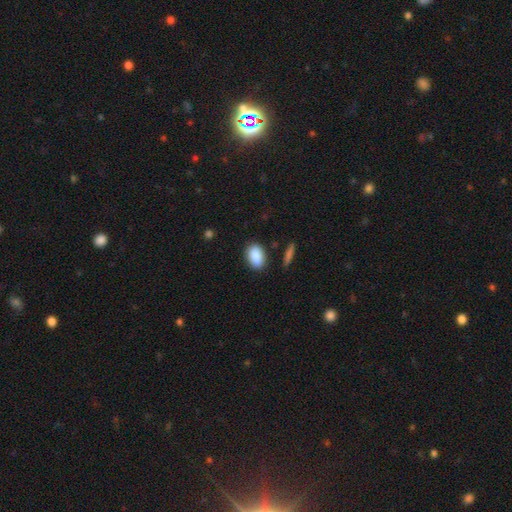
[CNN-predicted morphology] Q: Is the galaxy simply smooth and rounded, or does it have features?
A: smooth — 89%.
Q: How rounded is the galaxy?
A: in between — 89%.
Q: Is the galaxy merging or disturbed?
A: none — 85%.